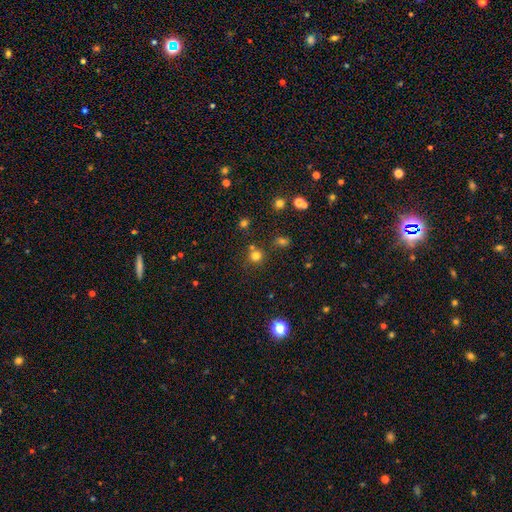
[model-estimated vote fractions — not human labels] Smooth or featured: smooth — 74% (star or artifact — 20%)
How rounded: round — 91% (in between — 8%)
Merging: none — 74% (merger — 14%)